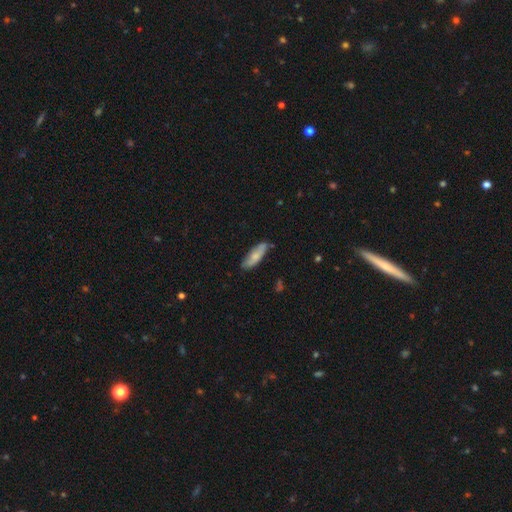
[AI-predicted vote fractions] A smooth galaxy with no disk features (69%) that is in between round and cigar-shaped (54%).

Vote fractions:
- Smooth or featured? smooth: 69% / featured or disk: 25% / star or artifact: 6%
- How rounded? in between: 54% / cigar-shaped: 44% / round: 2%
- Merging? none: 76% / minor disturbance: 19% / major disturbance: 3% / merger: 2%